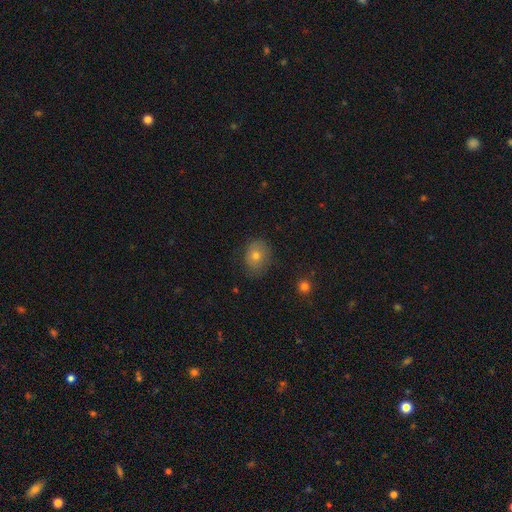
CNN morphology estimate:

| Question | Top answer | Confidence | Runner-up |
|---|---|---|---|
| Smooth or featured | smooth | 68% | featured or disk (19%) |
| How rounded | round | 51% | in between (48%) |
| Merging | none | 77% | minor disturbance (18%) |